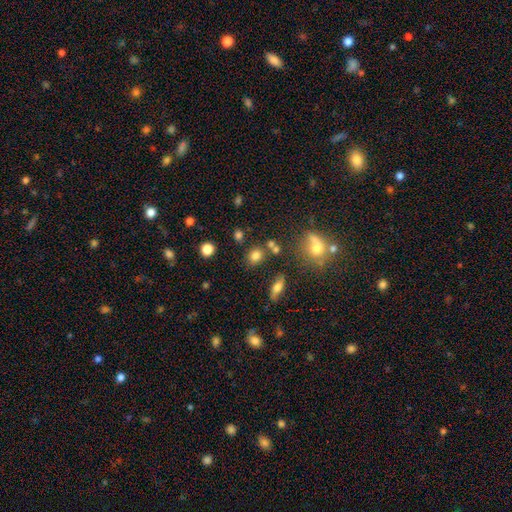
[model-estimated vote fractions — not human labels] This appears to be a smooth galaxy with no disk features (77%) that is round (58%). Merging: none (71%).